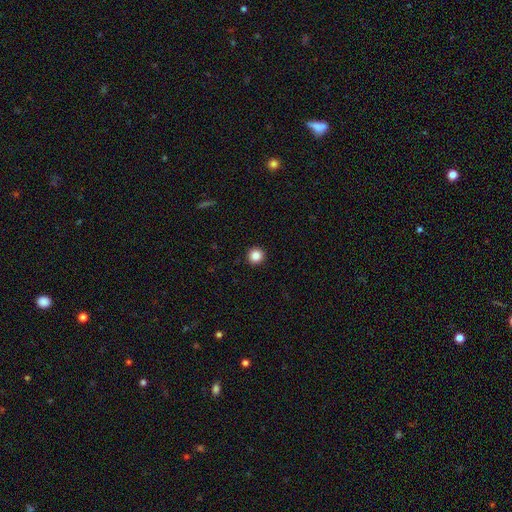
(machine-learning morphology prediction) Smooth or featured?
  - smooth: 86% *
  - star or artifact: 10%
  - featured or disk: 3%
How rounded?
  - round: 96% *
  - in between: 3%
  - cigar-shaped: 1%
Merging?
  - none: 93% *
  - minor disturbance: 4%
  - major disturbance: 2%
  - merger: 1%